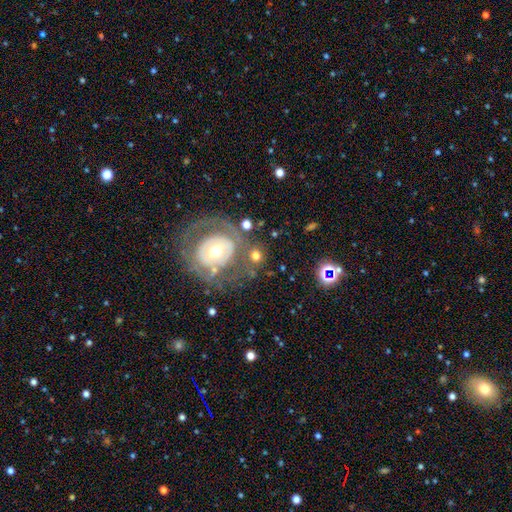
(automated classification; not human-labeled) Q: Smooth or featured?
A: featured or disk (46%); runner-up: smooth (44%)
Q: Merging?
A: none (57%); runner-up: minor disturbance (16%)